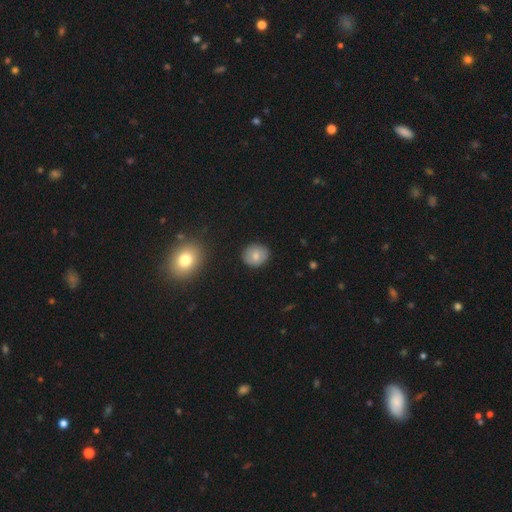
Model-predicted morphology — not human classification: Smooth or featured? Predicted: smooth (p=0.75). How rounded? Predicted: round (p=0.75). Merging? Predicted: none (p=0.88).